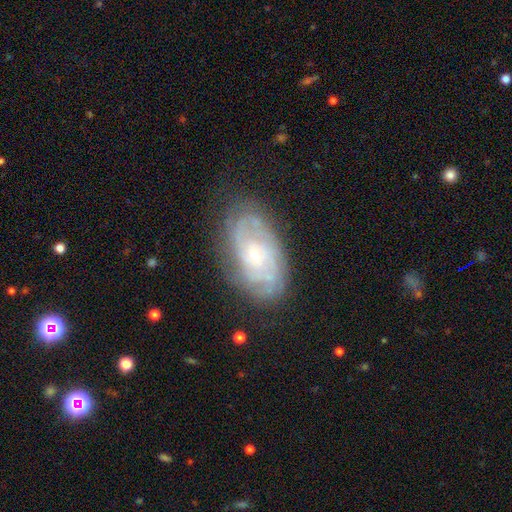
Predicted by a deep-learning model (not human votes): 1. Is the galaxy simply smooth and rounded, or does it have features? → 80% featured or disk, 13% smooth, 7% star or artifact.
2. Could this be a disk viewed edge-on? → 95% no, 5% yes.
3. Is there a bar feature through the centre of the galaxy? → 66% no, 29% weak, 5% strong.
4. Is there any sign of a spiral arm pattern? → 93% yes, 7% no.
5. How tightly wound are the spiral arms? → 68% tight, 26% medium, 6% loose.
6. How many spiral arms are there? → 41% can't tell, 22% 2, 16% 3, 11% 4, 5% more than 4, 5% 1.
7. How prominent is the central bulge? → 69% small, 27% moderate, 2% none, 1% large, 1% dominant.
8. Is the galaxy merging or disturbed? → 75% none, 18% minor disturbance, 6% major disturbance, 2% merger.